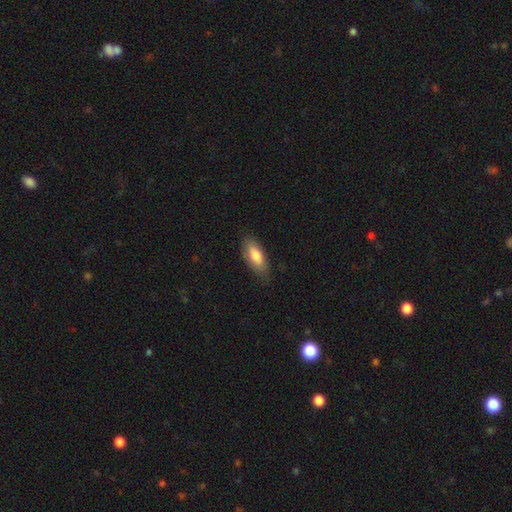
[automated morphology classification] A smooth galaxy with no disk features (78%) that is in between round and cigar-shaped (77%). Merging: none (78%).